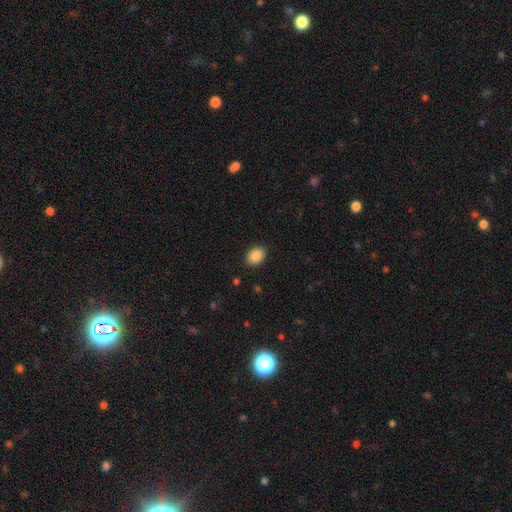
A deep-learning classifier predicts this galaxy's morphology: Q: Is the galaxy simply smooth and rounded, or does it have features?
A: smooth — 88%.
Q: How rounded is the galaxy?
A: in between — 73%.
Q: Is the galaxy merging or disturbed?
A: none — 89%.